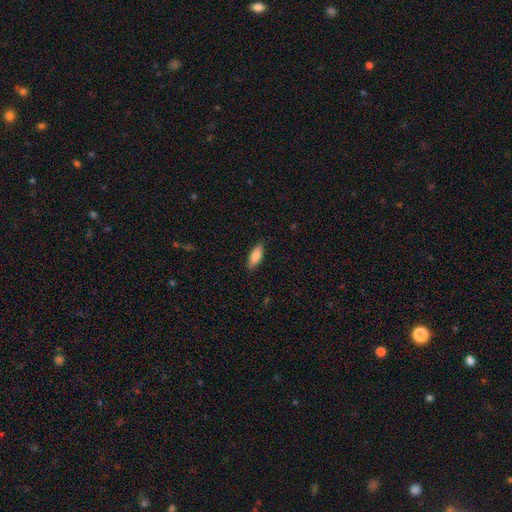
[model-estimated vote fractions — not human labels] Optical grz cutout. It shows a smooth galaxy with no disk features (82%) that is in between round and cigar-shaped (67%). Merging: none (86%).